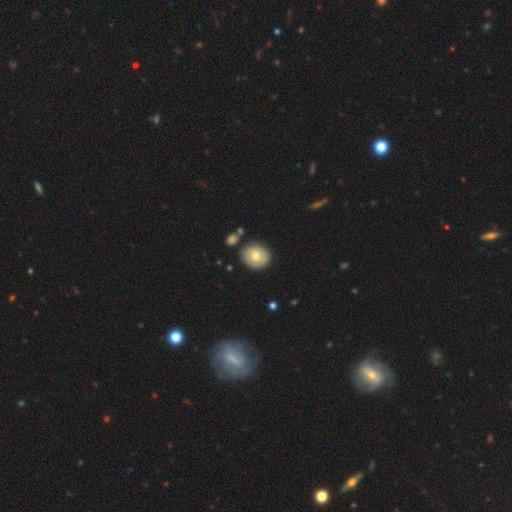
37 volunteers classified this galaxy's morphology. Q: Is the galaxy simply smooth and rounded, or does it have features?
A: smooth — 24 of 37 (65%).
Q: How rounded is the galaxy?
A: round — 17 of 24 (71%).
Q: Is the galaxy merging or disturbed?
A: none — 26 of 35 (74%).